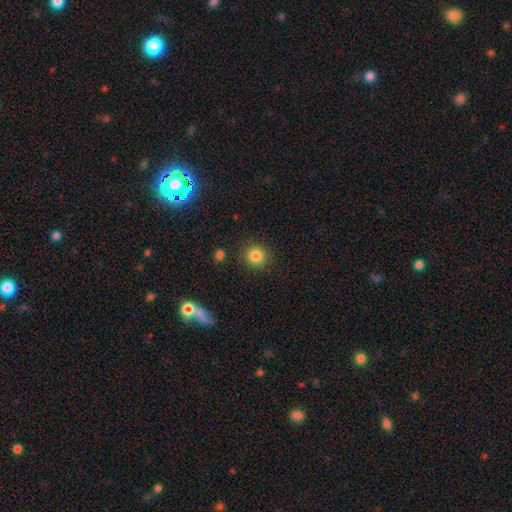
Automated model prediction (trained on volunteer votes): Overall: smooth (84%). How rounded: round (90%). Merging: none (88%).